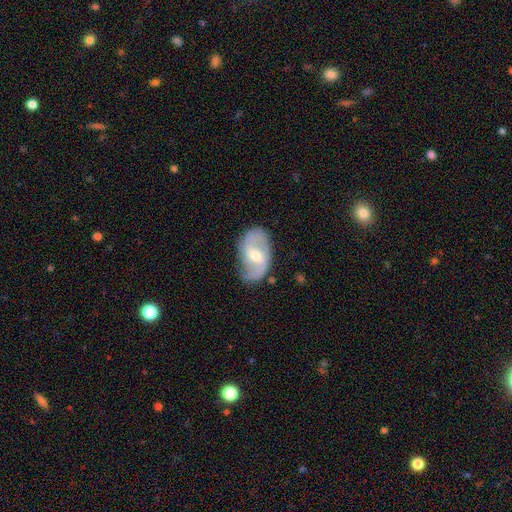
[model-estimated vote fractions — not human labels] A featured or disk galaxy (76%) with a weak bar (53%), 2 (84%) loose (45%) spiral arms (88%) and a moderate central bulge (55%). Merging: none (72%).